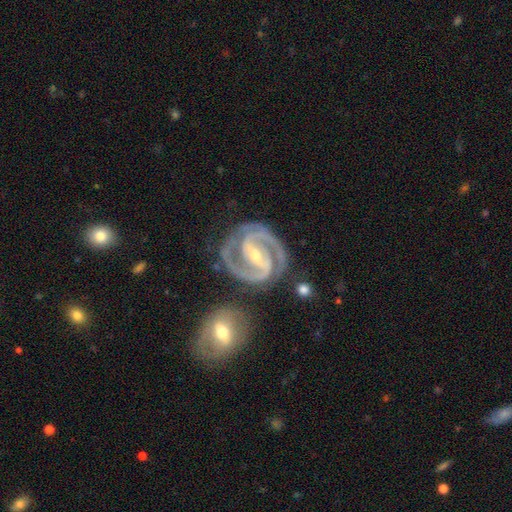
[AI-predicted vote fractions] This appears to be a featured or disk galaxy (94%) with a strong bar (65%), 2 (91%) tight (54%) spiral arms (99%) and a small central bulge (61%). Merging: none (76%).